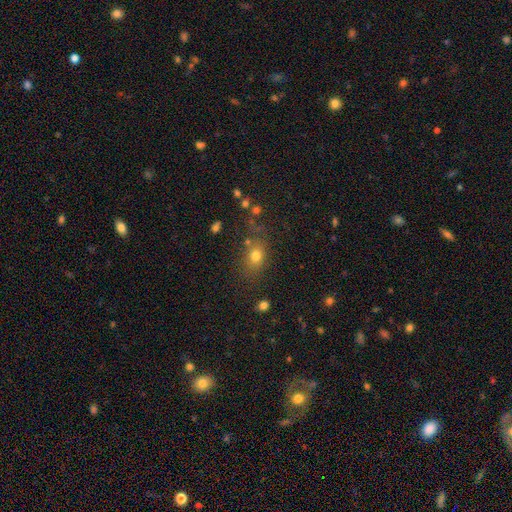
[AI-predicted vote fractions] Smooth or featured: smooth — 75% (star or artifact — 15%)
How rounded: in between — 59% (round — 39%)
Merging: none — 70% (minor disturbance — 16%)